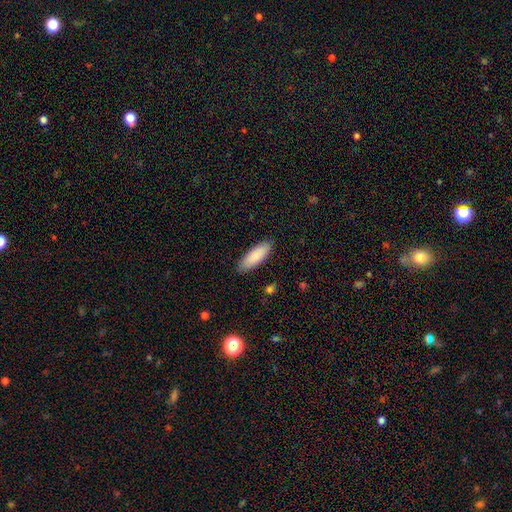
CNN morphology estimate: Smooth or featured: smooth — 87% (featured or disk — 7%)
How rounded: in between — 61% (cigar-shaped — 37%)
Merging: none — 88% (minor disturbance — 9%)